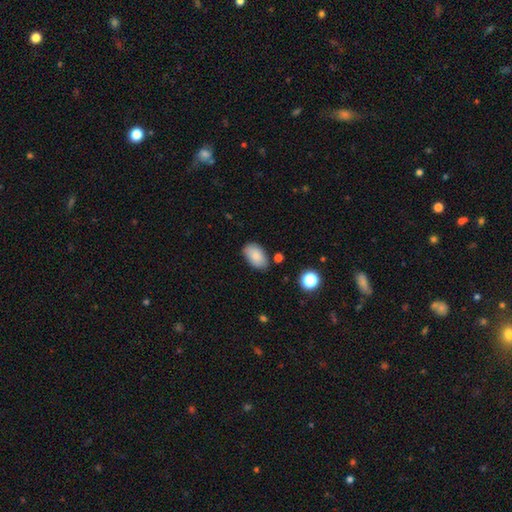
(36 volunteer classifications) Morphology: type=smooth (92%); roundness=in between (88%); merging=none (83%).